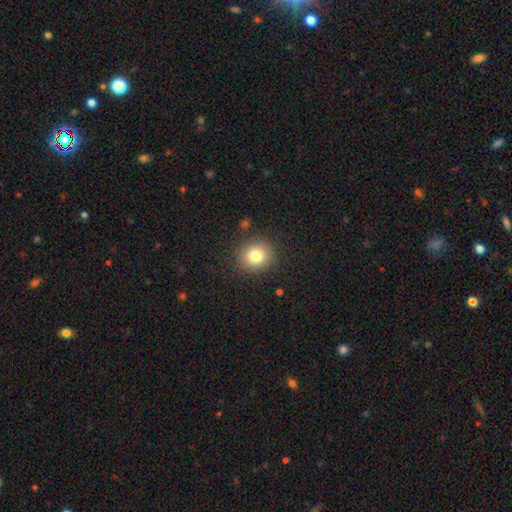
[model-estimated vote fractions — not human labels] smooth 80%, star or artifact 11%, featured or disk 8%. Down the decision tree: how rounded — round (85%); merging — none (88%).